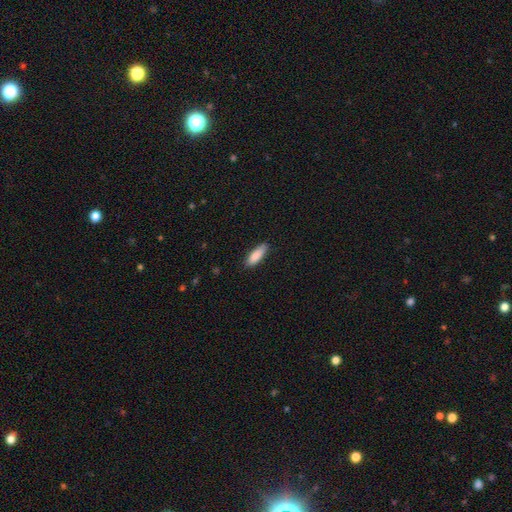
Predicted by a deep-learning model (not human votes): smooth_or_featured: smooth (p=0.87) [alt: featured or disk p=0.07]
how_rounded: in between (p=0.55) [alt: cigar-shaped p=0.43]
merging: none (p=0.81) [alt: minor disturbance p=0.15]